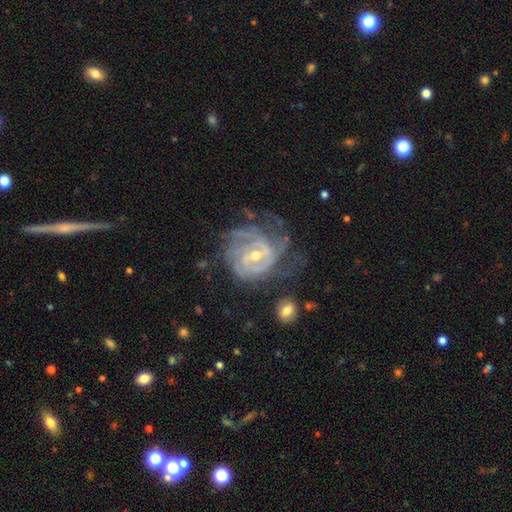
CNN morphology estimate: Q: Smooth or featured?
A: featured or disk (87%); runner-up: smooth (7%)
Q: Edge-on disk?
A: no (97%); runner-up: yes (3%)
Q: Bar?
A: weak (48%); runner-up: no (36%)
Q: Spiral arms?
A: yes (93%); runner-up: no (7%)
Q: Spiral winding?
A: tight (65%); runner-up: medium (28%)
Q: Spiral arm count?
A: can't tell (38%); runner-up: 2 (20%)
Q: Bulge size?
A: small (53%); runner-up: moderate (44%)
Q: Merging?
A: none (46%); runner-up: major disturbance (26%)